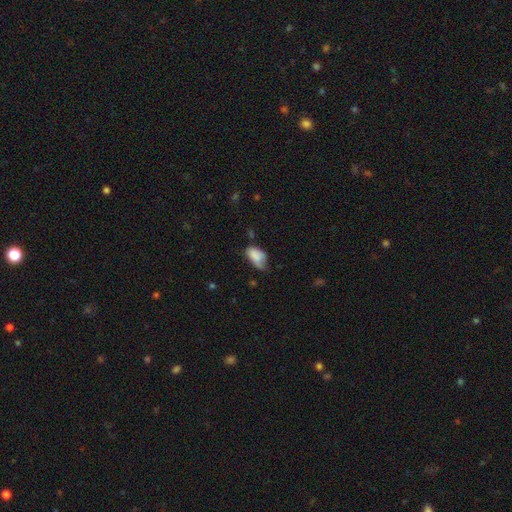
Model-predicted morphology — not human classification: This is likely a smooth galaxy (79%). How rounded: clearly in between (92%). Merging: marginally minor disturbance (44%).